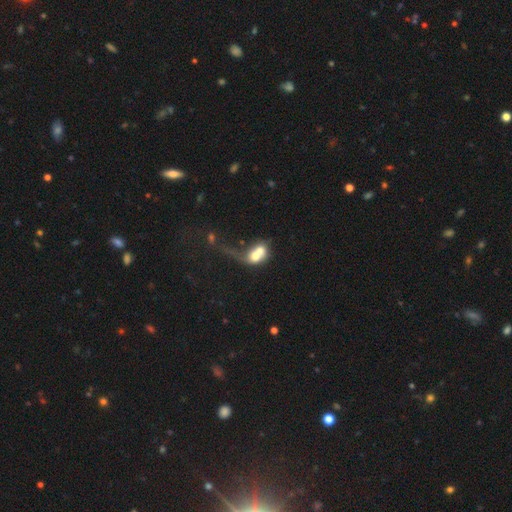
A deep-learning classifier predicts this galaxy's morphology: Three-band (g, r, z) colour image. It shows a smooth galaxy with no disk features (59%) that is in between round and cigar-shaped (56%). Merging: merger (68%).